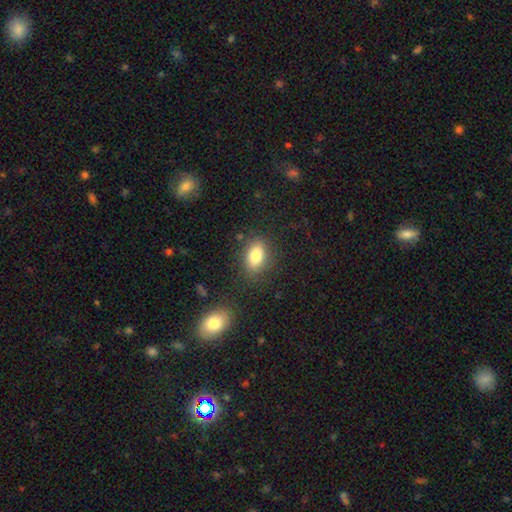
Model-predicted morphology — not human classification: A smooth galaxy with no disk features (81%) that is in between round and cigar-shaped (81%).

Vote fractions:
- Smooth or featured? smooth: 81% / featured or disk: 10% / star or artifact: 9%
- How rounded? in between: 81% / round: 17% / cigar-shaped: 2%
- Merging? none: 82% / minor disturbance: 12% / major disturbance: 4% / merger: 2%